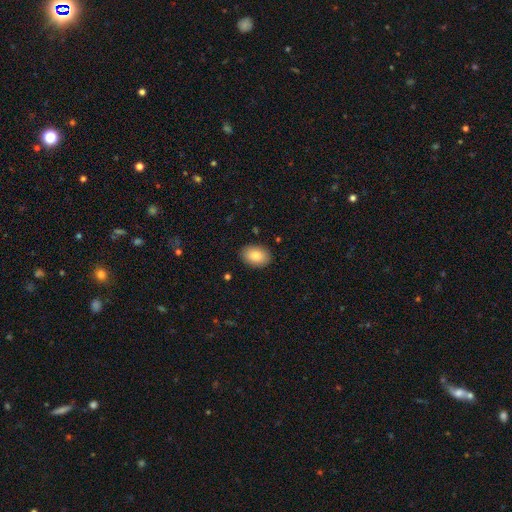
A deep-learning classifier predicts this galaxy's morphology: This is clearly a smooth galaxy (86%). How rounded: clearly in between (85%). Merging: clearly none (89%).